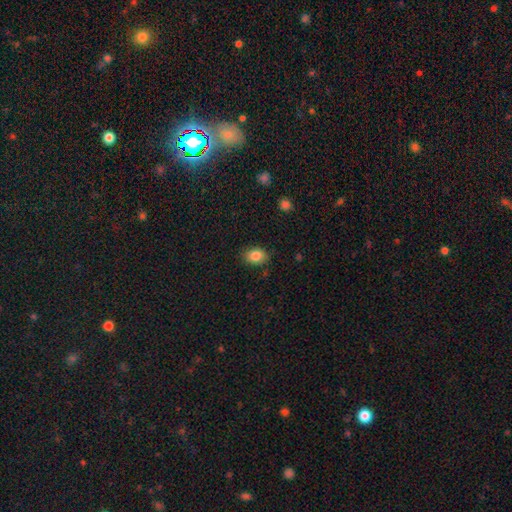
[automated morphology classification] Smooth or featured? Predicted: smooth (p=0.85). How rounded? Predicted: in between (p=0.71). Merging? Predicted: none (p=0.83).